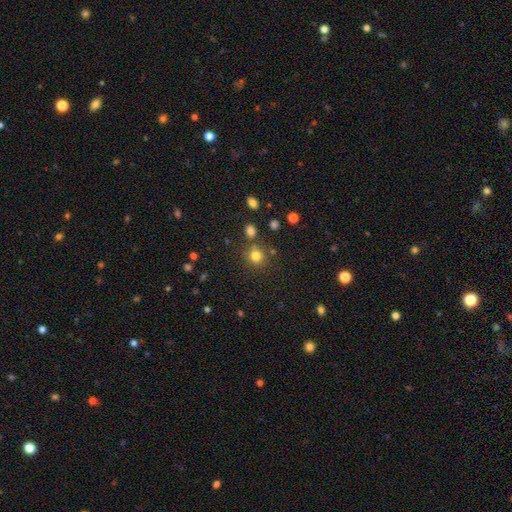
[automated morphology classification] Smooth or featured? smooth (78%)
How rounded? round (87%)
Merging? none (75%)